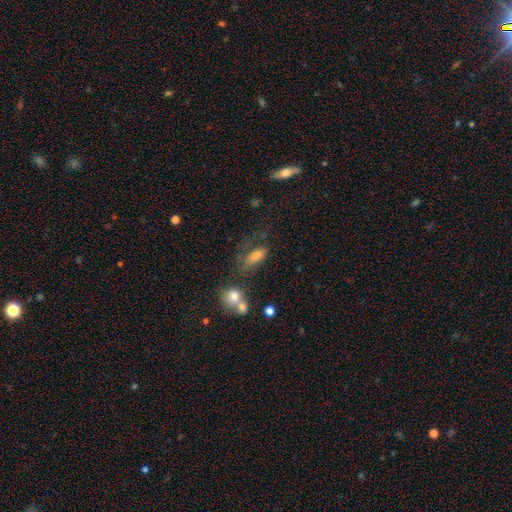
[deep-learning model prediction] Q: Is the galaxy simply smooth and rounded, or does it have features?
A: smooth — 61%.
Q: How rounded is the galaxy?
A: in between — 72%.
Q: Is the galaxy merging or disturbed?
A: none — 40%.